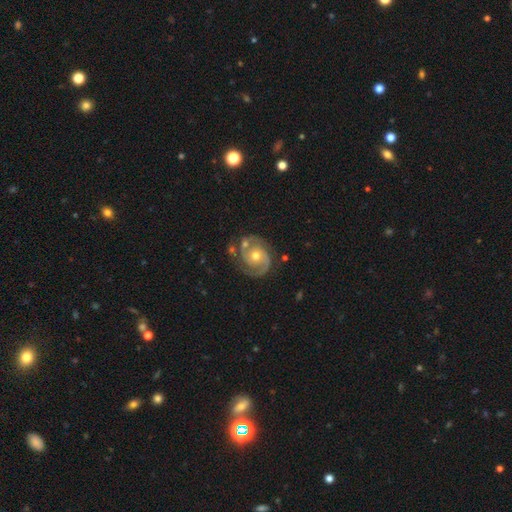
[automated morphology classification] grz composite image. It shows a featured or disk galaxy (89%) with no bar (71%), 2 (88%) tight (46%) spiral arms (97%) and a moderate central bulge (70%). Merging: none (71%).